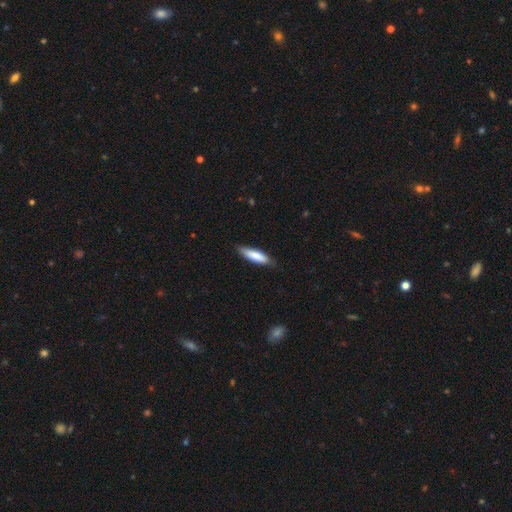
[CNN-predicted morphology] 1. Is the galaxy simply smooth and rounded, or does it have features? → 84% smooth, 11% featured or disk, 5% star or artifact.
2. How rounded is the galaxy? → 63% cigar-shaped, 36% in between, 1% round.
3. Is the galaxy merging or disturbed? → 82% none, 15% minor disturbance, 2% major disturbance, 1% merger.